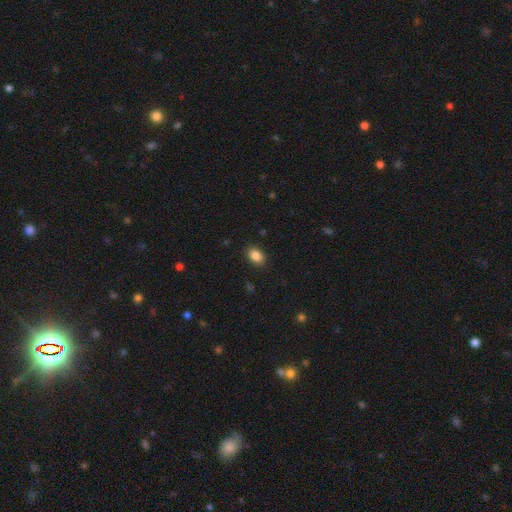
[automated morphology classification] Overall: smooth (86%). How rounded: in between (80%). Merging: none (88%).